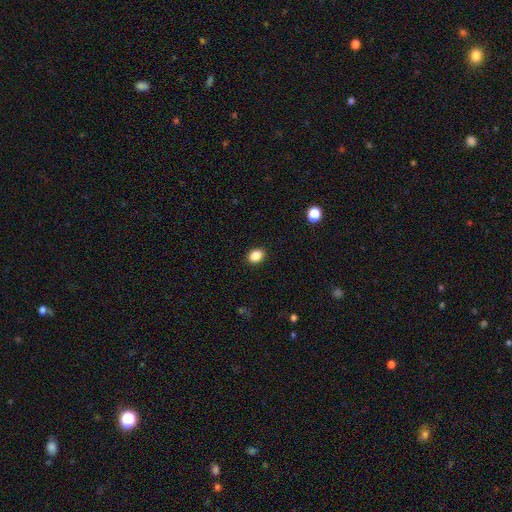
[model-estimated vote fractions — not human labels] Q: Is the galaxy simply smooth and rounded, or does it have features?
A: smooth — 87%.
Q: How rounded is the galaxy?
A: in between — 62%.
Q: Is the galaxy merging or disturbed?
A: none — 91%.